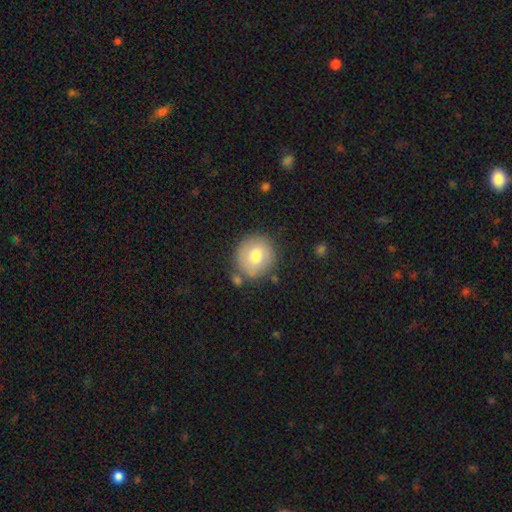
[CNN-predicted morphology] Overall: smooth (73%). How rounded: round (88%). Merging: none (78%).